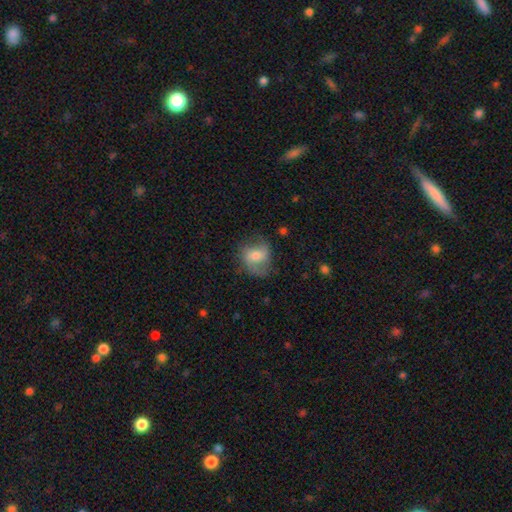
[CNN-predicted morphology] The model was most divided on "smooth or featured": smooth: 47%, featured or disk: 44%, star or artifact: 9%. More confident: merging — none (61%).